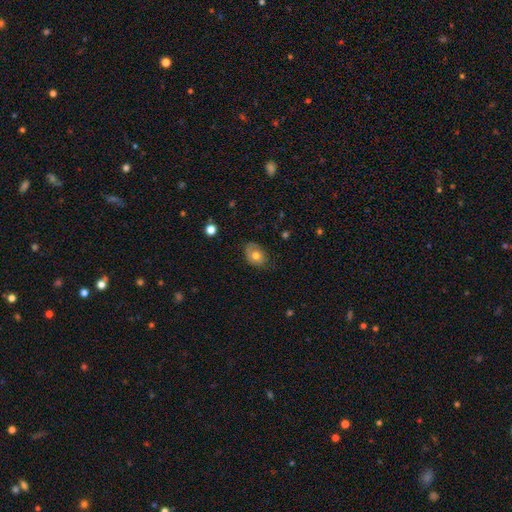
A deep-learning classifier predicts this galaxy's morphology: Smooth or featured: smooth — 65% (featured or disk — 27%)
How rounded: in between — 70% (round — 29%)
Merging: none — 62% (minor disturbance — 28%)